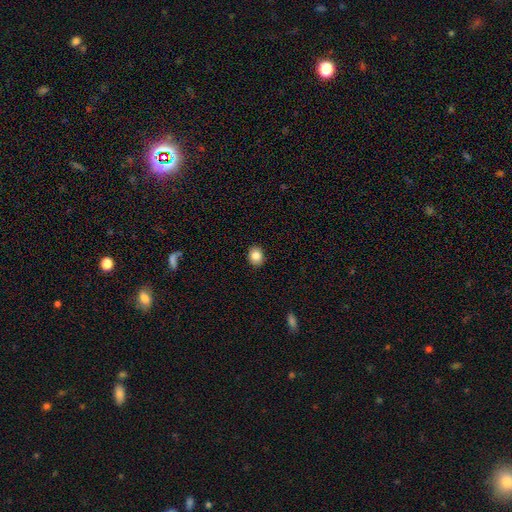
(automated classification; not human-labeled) smooth-or-featured: smooth: 84% | star or artifact: 10% | featured or disk: 6%
  how-rounded: round: 60% | in between: 39% | cigar-shaped: 1%
  merging: none: 91% | minor disturbance: 6% | major disturbance: 2% | merger: 1%